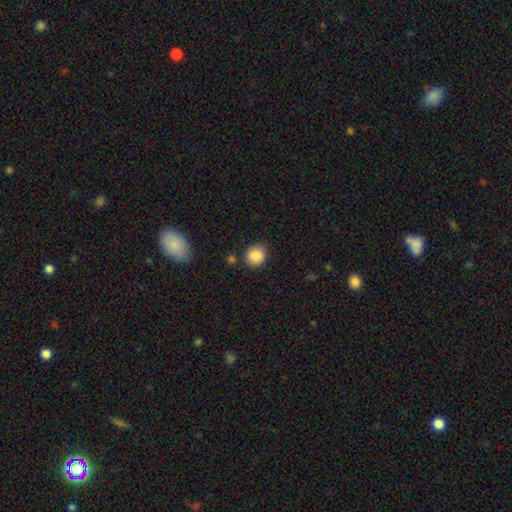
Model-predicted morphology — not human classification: Q: Smooth or featured?
A: smooth (87%); runner-up: star or artifact (8%)
Q: How rounded?
A: round (68%); runner-up: in between (31%)
Q: Merging?
A: none (77%); runner-up: minor disturbance (16%)